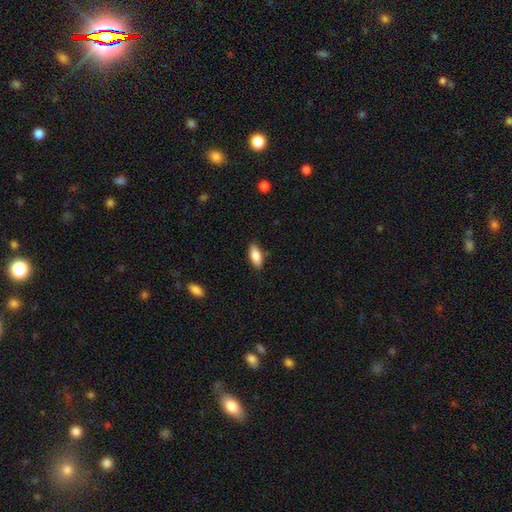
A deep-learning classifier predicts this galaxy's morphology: Smooth or featured? smooth (84%)
How rounded? in between (79%)
Merging? none (84%)